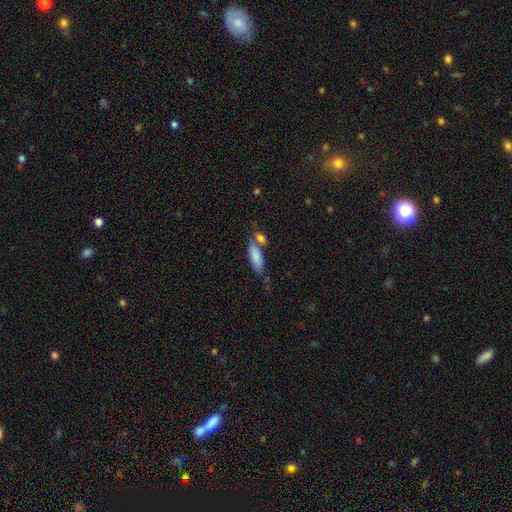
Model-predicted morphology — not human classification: smooth 84%, featured or disk 10%, star or artifact 6%. Down the decision tree: how rounded — in between (67%); merging — none (49%).